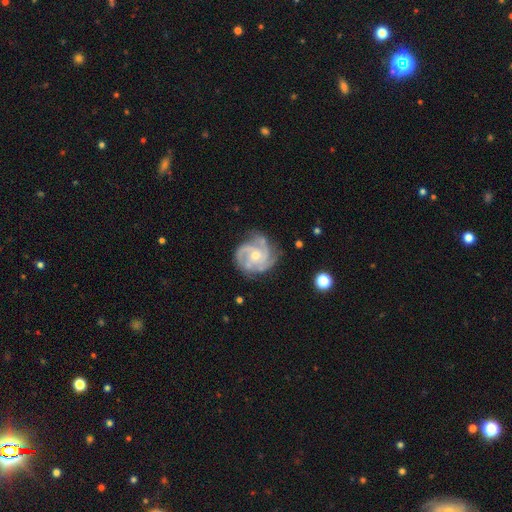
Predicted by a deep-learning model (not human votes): smooth_or_featured: featured or disk (p=0.89) [alt: smooth p=0.06]
disk_edge_on: no (p=0.98) [alt: yes p=0.02]
bar: no (p=0.72) [alt: weak p=0.23]
has_spiral_arms: yes (p=0.98) [alt: no p=0.02]
spiral_winding: tight (p=0.54) [alt: medium p=0.40]
spiral_arm_count: 3 (p=0.56) [alt: 2 p=0.16]
bulge_size: small (p=0.54) [alt: moderate p=0.42]
merging: none (p=0.70) [alt: minor disturbance p=0.20]